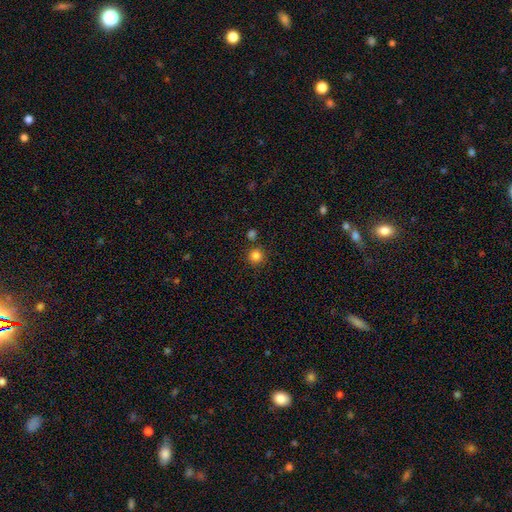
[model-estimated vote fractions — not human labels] A smooth galaxy with no disk features (83%) that is round (95%). Merging: none (83%).